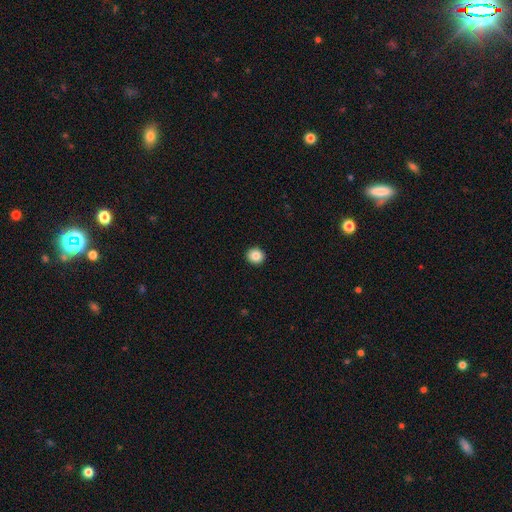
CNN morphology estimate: Smooth or featured: smooth — 85% (star or artifact — 9%)
How rounded: round — 89% (in between — 10%)
Merging: none — 94% (minor disturbance — 4%)